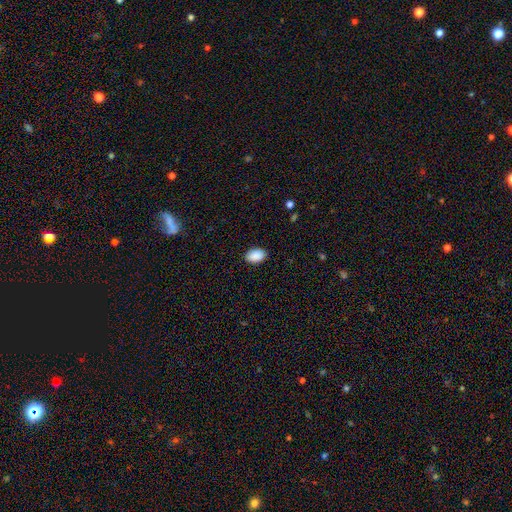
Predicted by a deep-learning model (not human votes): Overall: smooth (91%). How rounded: in between (90%). Merging: none (90%).